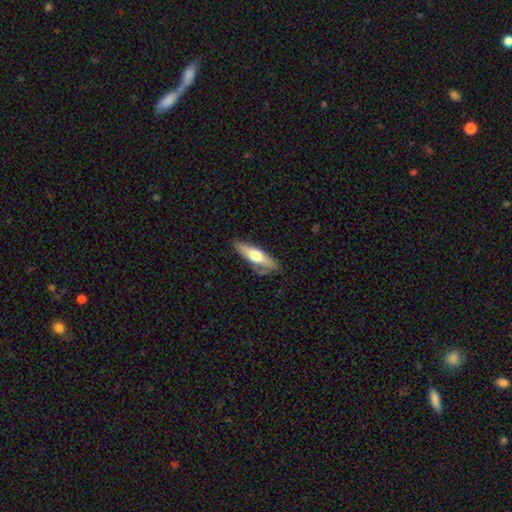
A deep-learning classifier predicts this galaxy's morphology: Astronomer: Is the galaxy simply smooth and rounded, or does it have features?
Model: smooth — 54% (runner-up: featured or disk, 40%).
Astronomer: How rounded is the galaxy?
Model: cigar-shaped — 61% (runner-up: in between, 37%).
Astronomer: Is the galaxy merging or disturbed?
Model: none — 70%.